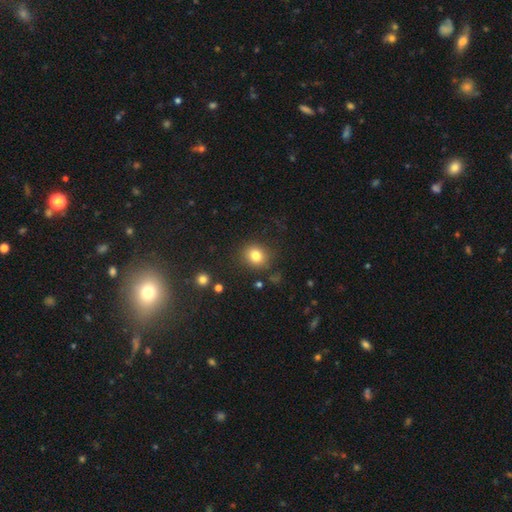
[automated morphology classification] This is clearly a smooth galaxy (81%). How rounded: likely round (76%). Merging: clearly none (85%).